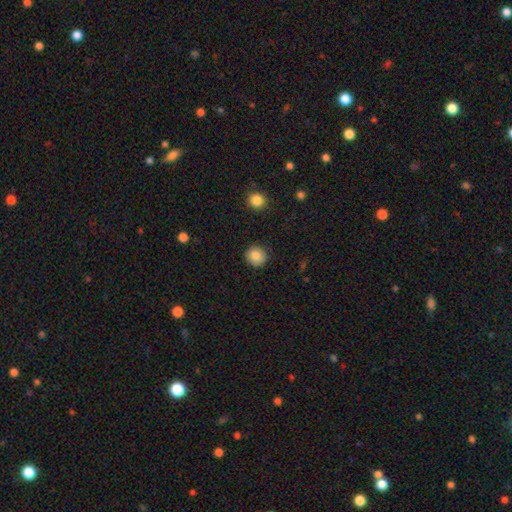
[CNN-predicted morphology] This appears to be a smooth galaxy with no disk features (85%) that is round (91%). Merging: none (91%).